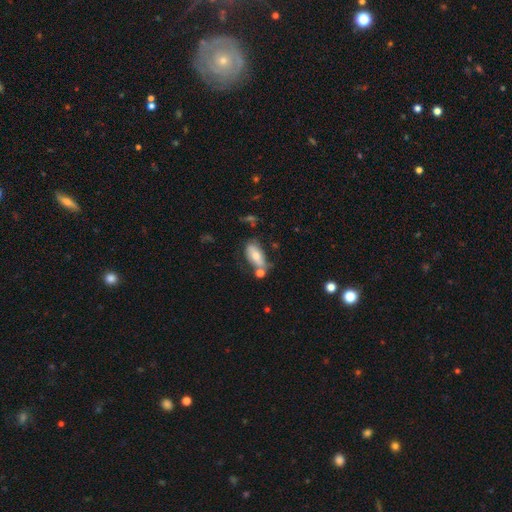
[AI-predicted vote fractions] Smooth or featured? smooth (63%)
How rounded? in between (87%)
Merging? none (48%)